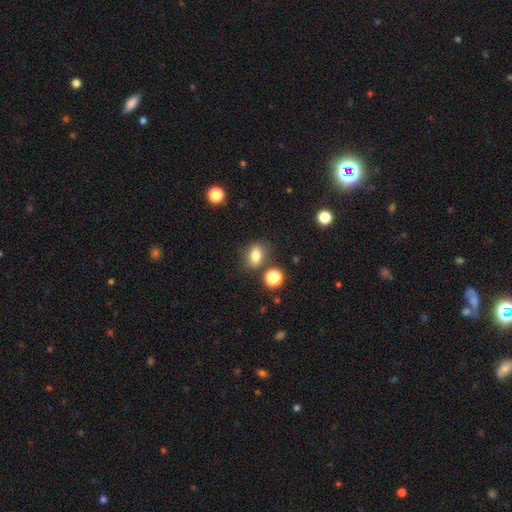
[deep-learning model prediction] Smooth or featured? Predicted: smooth (p=0.80). How rounded? Predicted: in between (p=0.70). Merging? Predicted: none (p=0.75).